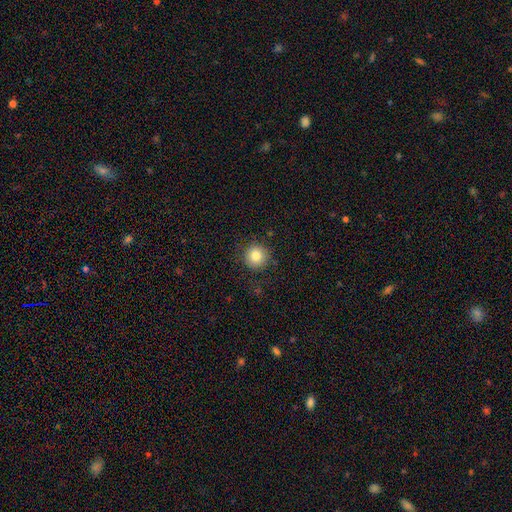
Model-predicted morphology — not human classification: Smooth or featured? smooth (83%)
How rounded? round (95%)
Merging? none (89%)